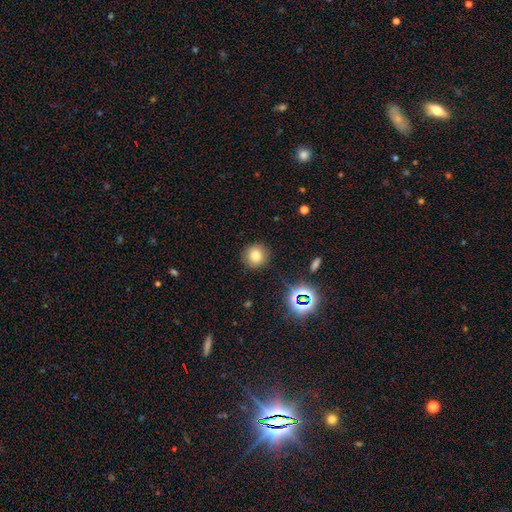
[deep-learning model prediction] Smooth or featured?
  - smooth: 77% *
  - star or artifact: 16%
  - featured or disk: 7%
How rounded?
  - round: 92% *
  - in between: 7%
  - cigar-shaped: 1%
Merging?
  - none: 88% *
  - minor disturbance: 8%
  - major disturbance: 3%
  - merger: 1%